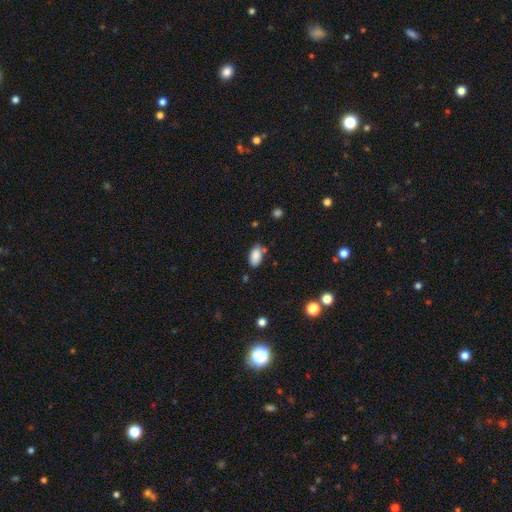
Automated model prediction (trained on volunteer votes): This is clearly a smooth galaxy (87%). How rounded: clearly in between (93%). Merging: likely none (72%).